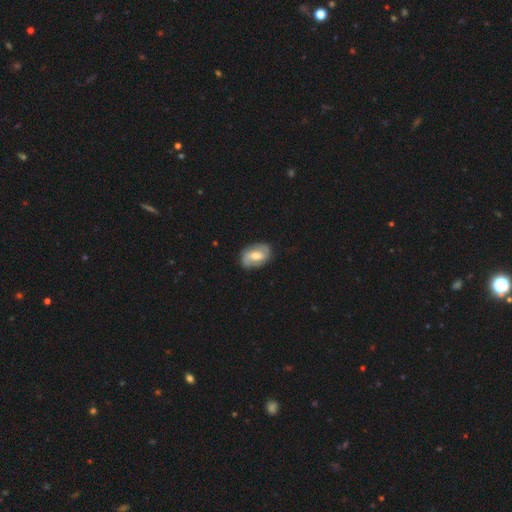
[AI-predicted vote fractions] A featured or disk galaxy (67%) with a weak bar (47%), 2 (83%) medium (42%) spiral arms (81%) and a moderate central bulge (68%). Merging: none (80%).